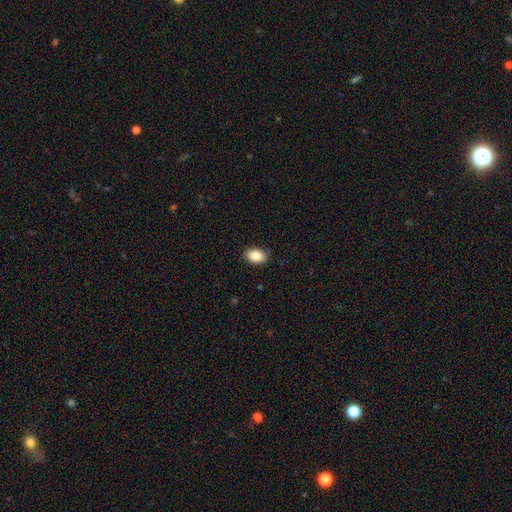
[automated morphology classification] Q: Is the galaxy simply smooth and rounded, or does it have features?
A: smooth — 88%.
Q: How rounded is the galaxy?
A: in between — 84%.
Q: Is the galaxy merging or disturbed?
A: none — 87%.